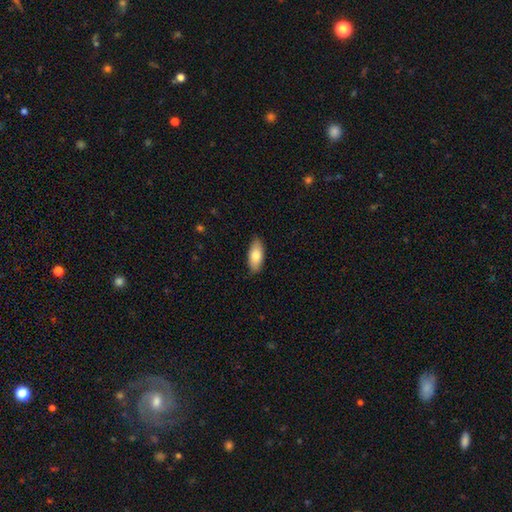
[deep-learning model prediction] Smooth or featured: smooth — 79% (featured or disk — 15%)
How rounded: in between — 86% (cigar-shaped — 12%)
Merging: none — 87% (minor disturbance — 11%)